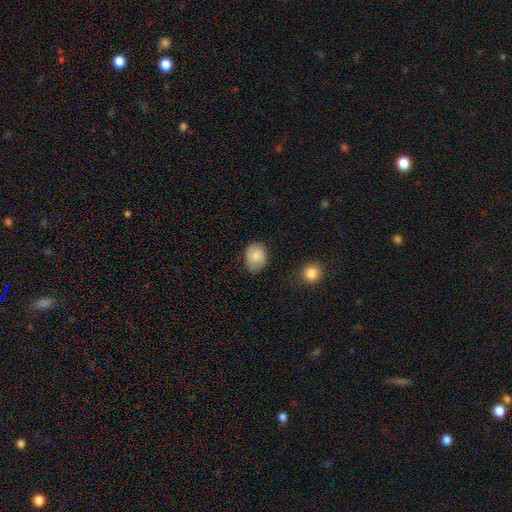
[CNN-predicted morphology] Q: Smooth or featured?
A: smooth (78%); runner-up: featured or disk (14%)
Q: How rounded?
A: in between (63%); runner-up: round (36%)
Q: Merging?
A: none (72%); runner-up: minor disturbance (22%)